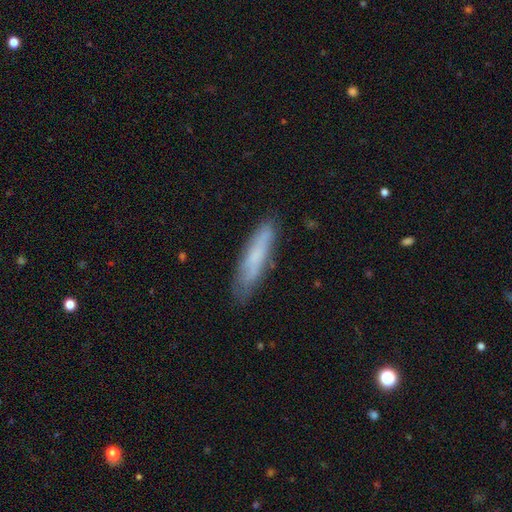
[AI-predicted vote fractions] smooth 63%, featured or disk 29%, star or artifact 8%. Down the decision tree: how rounded — cigar-shaped (83%); merging — none (79%).